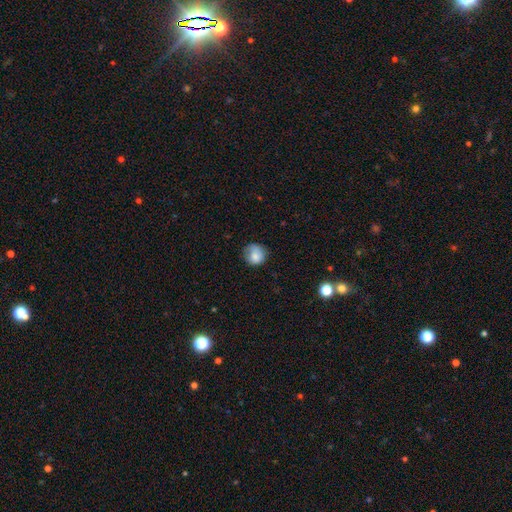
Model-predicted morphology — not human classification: Smooth or featured: smooth — 80% (featured or disk — 11%)
How rounded: round — 83% (in between — 16%)
Merging: none — 61% (minor disturbance — 28%)